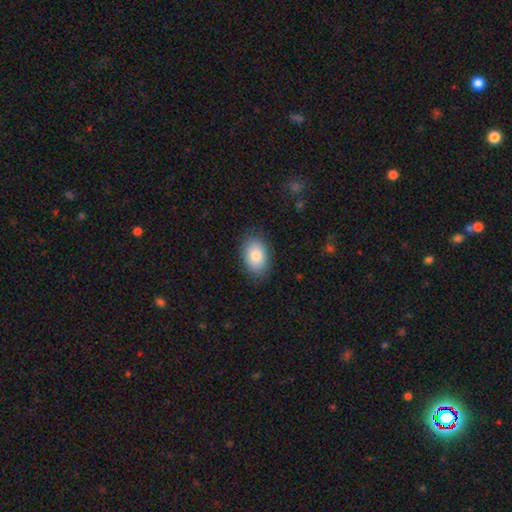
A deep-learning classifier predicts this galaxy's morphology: Smooth or featured: smooth — 82% (featured or disk — 11%)
How rounded: in between — 88% (round — 11%)
Merging: none — 85% (minor disturbance — 11%)